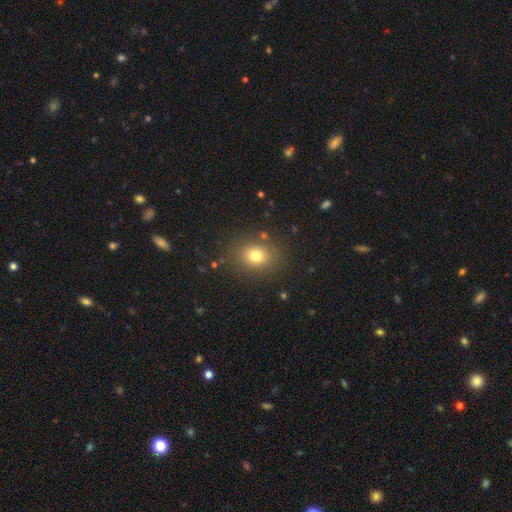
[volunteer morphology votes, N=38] This appears to be a smooth galaxy with no disk features (92%) that is round (66%). Merging: none (86%).